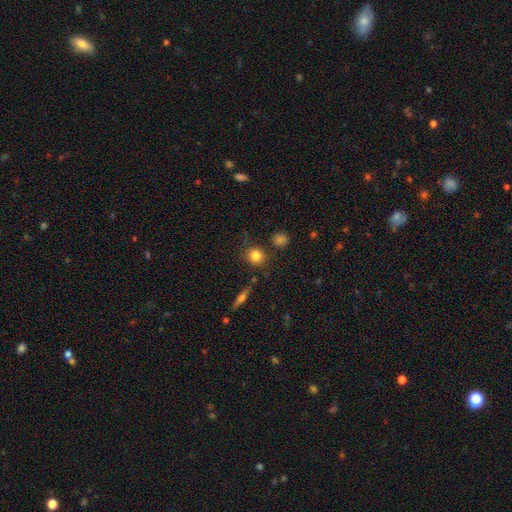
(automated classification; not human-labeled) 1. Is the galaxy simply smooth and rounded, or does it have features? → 82% smooth, 10% star or artifact, 7% featured or disk.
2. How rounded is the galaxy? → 88% round, 11% in between, 1% cigar-shaped.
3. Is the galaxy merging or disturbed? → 82% none, 9% minor disturbance, 5% merger, 3% major disturbance.